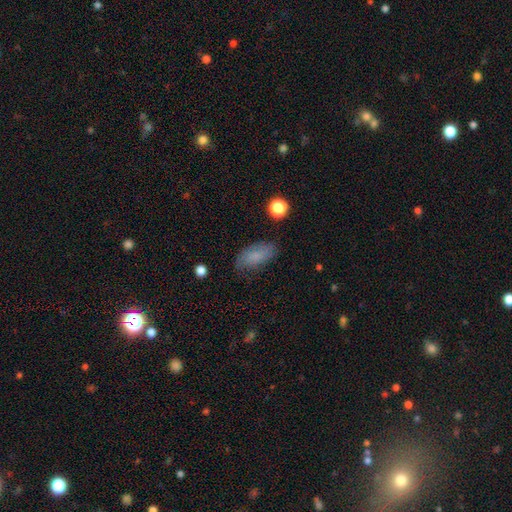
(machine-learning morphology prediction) type=smooth (79%); roundness=in between (89%); merging=none (76%).